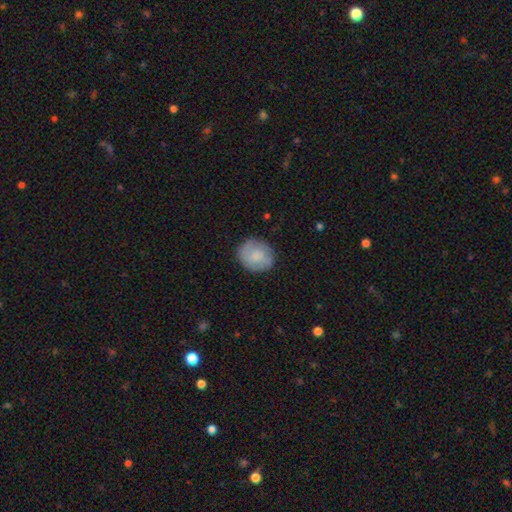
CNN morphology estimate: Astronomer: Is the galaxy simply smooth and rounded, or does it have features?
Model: smooth — 70%.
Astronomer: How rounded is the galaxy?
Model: round — 73%.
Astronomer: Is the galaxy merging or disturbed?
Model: none — 81%.